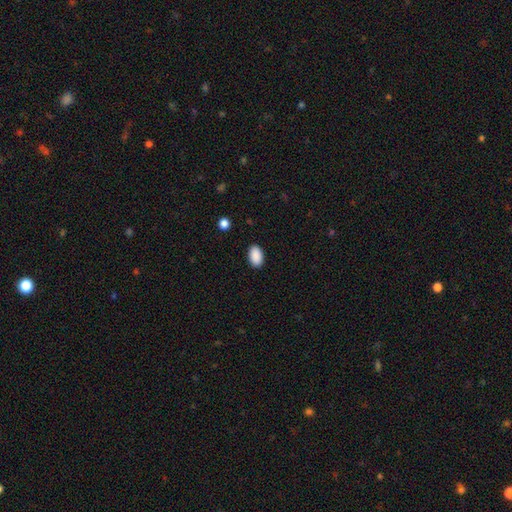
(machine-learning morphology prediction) The model was most divided on "merging": none: 89%, minor disturbance: 8%, major disturbance: 2%, merger: 1%. More confident: how rounded — in between (93%); smooth or featured — smooth (91%).